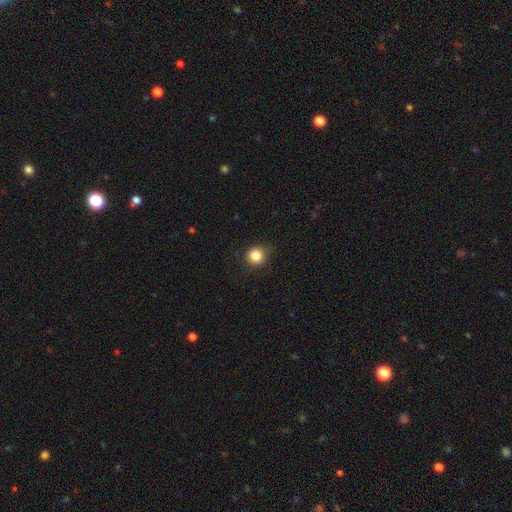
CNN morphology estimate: The model was most divided on "merging": none: 84%, minor disturbance: 12%, major disturbance: 3%, merger: 1%. More confident: how rounded — round (92%); smooth or featured — smooth (84%).